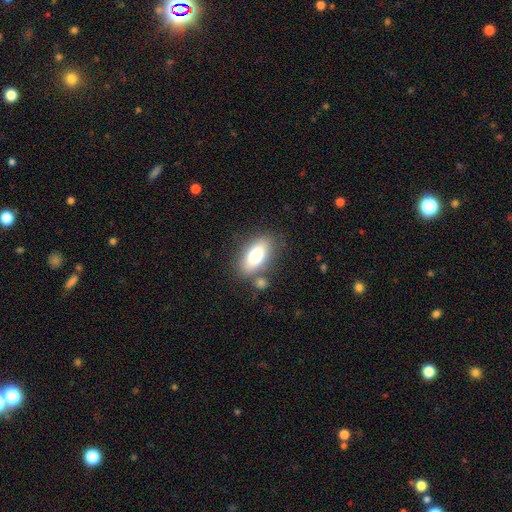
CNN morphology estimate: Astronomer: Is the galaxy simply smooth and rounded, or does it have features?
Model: smooth — 74%.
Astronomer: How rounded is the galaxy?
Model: in between — 86%.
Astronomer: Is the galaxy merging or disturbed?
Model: none — 73%.